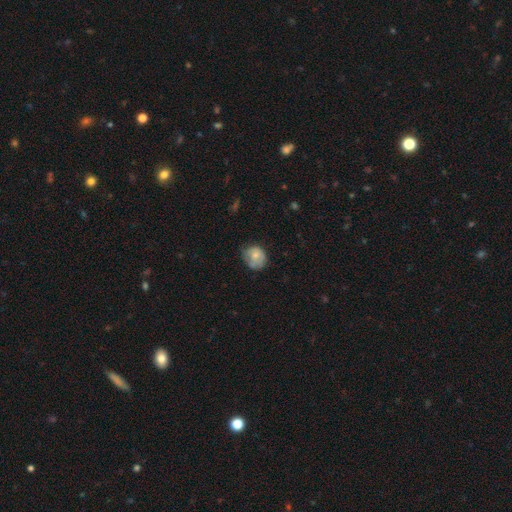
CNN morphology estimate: Smooth or featured? smooth (73%)
How rounded? round (69%)
Merging? none (57%)